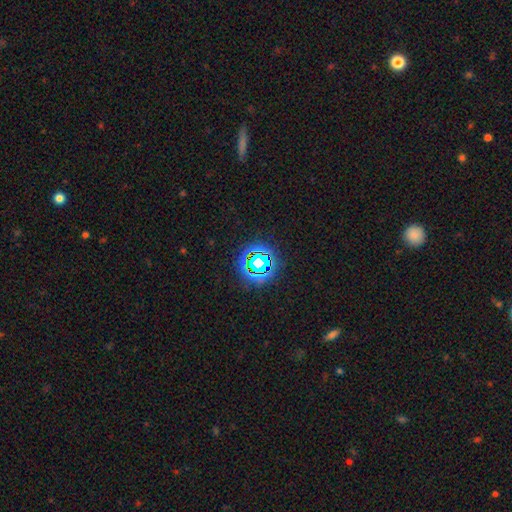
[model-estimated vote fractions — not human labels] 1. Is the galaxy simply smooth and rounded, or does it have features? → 73% star or artifact, 17% smooth, 10% featured or disk.